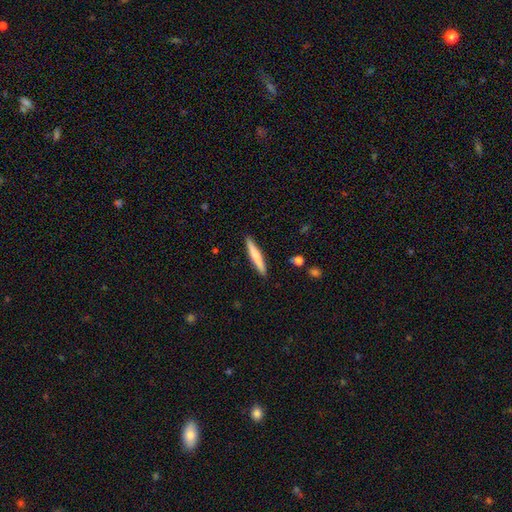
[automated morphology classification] A smooth galaxy with no disk features (68%) that is cigar-shaped (93%).

Vote fractions:
- Smooth or featured? smooth: 68% / featured or disk: 27% / star or artifact: 5%
- How rounded? cigar-shaped: 93% / in between: 6% / round: 1%
- Merging? none: 90% / minor disturbance: 7% / major disturbance: 1% / merger: 1%